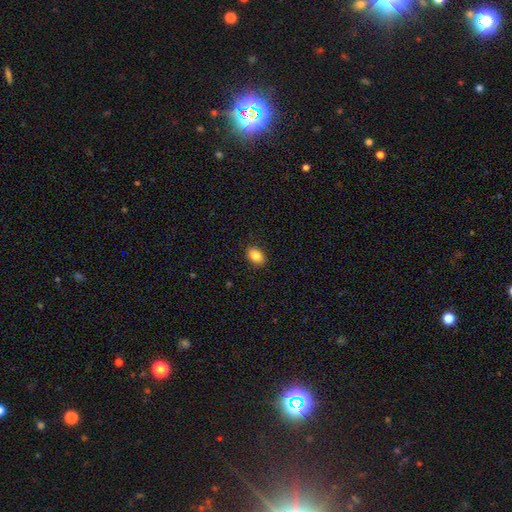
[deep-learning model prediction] Morphology: type=smooth (84%); roundness=in between (82%); merging=none (89%).